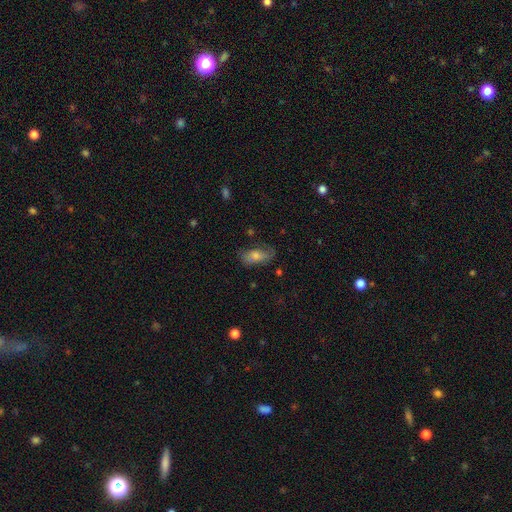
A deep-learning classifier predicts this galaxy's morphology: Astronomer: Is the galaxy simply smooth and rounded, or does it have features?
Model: smooth — 63%.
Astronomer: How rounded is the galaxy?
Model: in between — 87%.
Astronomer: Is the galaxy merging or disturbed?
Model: none — 63%.